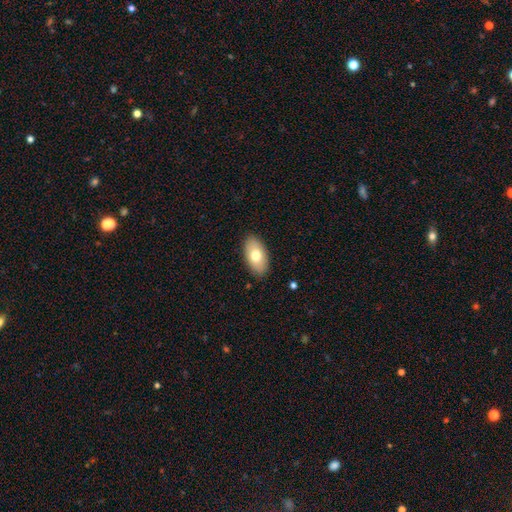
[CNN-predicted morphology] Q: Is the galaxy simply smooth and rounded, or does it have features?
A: smooth — 74%.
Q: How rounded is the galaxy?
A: in between — 94%.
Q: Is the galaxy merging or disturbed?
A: none — 88%.